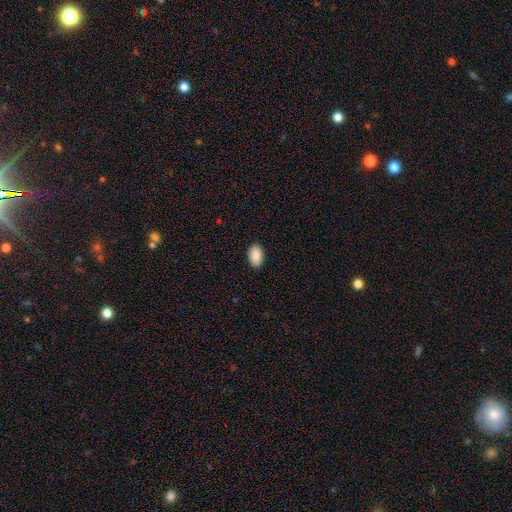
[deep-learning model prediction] Smooth or featured: smooth — 89% (star or artifact — 7%)
How rounded: in between — 94% (round — 5%)
Merging: none — 90% (minor disturbance — 8%)